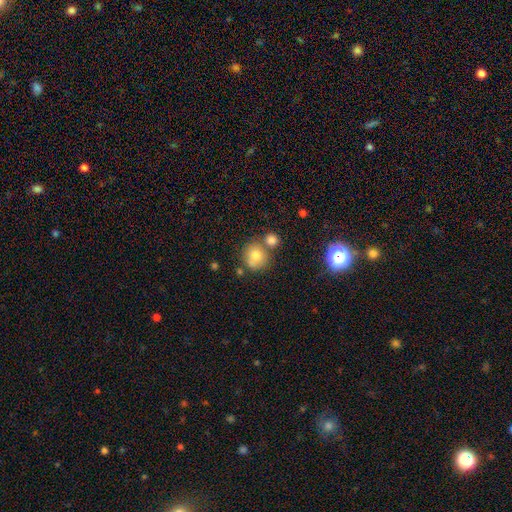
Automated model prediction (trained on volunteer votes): Smooth or featured: smooth — 73% (featured or disk — 16%)
How rounded: round — 85% (in between — 14%)
Merging: none — 57% (merger — 27%)